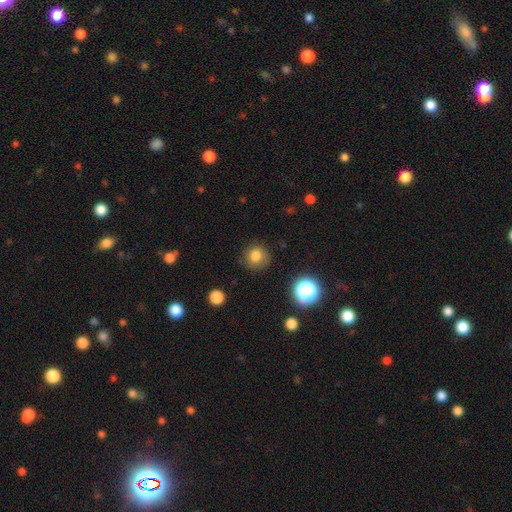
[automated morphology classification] Smooth or featured?
  - smooth: 80% *
  - star or artifact: 13%
  - featured or disk: 7%
How rounded?
  - round: 89% *
  - in between: 10%
  - cigar-shaped: 1%
Merging?
  - none: 81% *
  - minor disturbance: 13%
  - major disturbance: 4%
  - merger: 2%